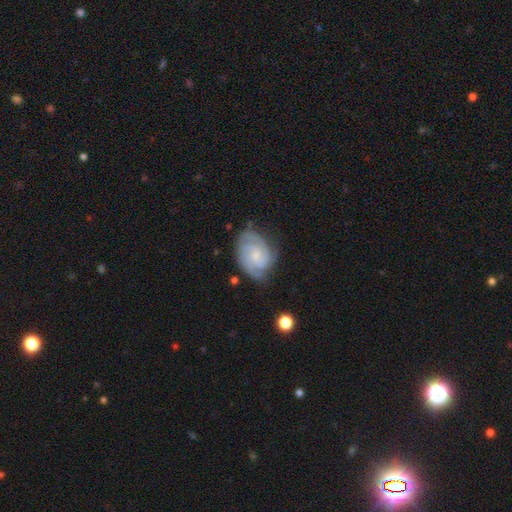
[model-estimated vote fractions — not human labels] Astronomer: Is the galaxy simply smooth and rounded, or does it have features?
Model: featured or disk — 85%.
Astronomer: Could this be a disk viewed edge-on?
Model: no — 98%.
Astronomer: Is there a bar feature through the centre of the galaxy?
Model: no — 61%.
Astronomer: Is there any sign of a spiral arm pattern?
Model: yes — 97%.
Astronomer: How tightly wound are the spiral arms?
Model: tight — 58% (runner-up: medium, 36%).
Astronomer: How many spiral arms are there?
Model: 2 — 37% (runner-up: 3, 35%).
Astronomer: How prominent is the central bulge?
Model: small — 70%.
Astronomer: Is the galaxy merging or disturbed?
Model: none — 71%.